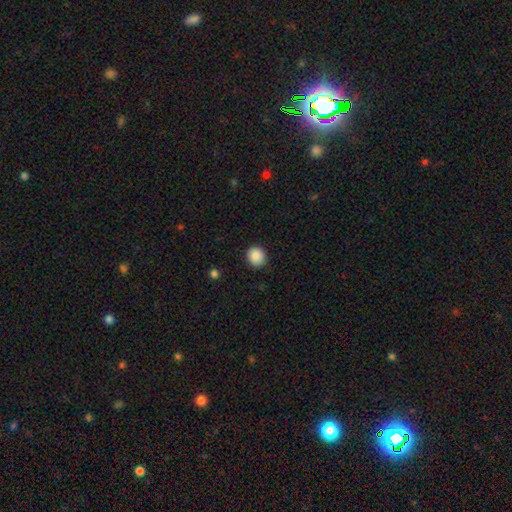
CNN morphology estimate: smooth-or-featured: smooth: 88% | star or artifact: 9% | featured or disk: 3%
  how-rounded: round: 84% | in between: 15% | cigar-shaped: 1%
  merging: none: 90% | minor disturbance: 7% | major disturbance: 2% | merger: 1%